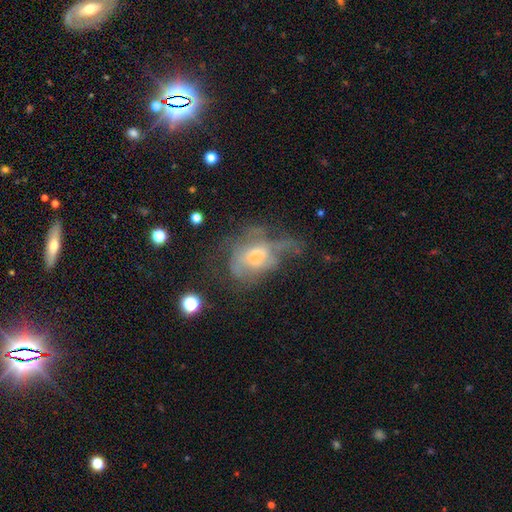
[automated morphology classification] Smooth or featured? Predicted: featured or disk (p=0.58). Edge-on disk? Predicted: no (p=0.95). Bar? Predicted: no (p=0.77). Spiral arms? Predicted: no (p=0.53). Bulge size? Predicted: small (p=0.50). Merging? Predicted: major disturbance (p=0.43).